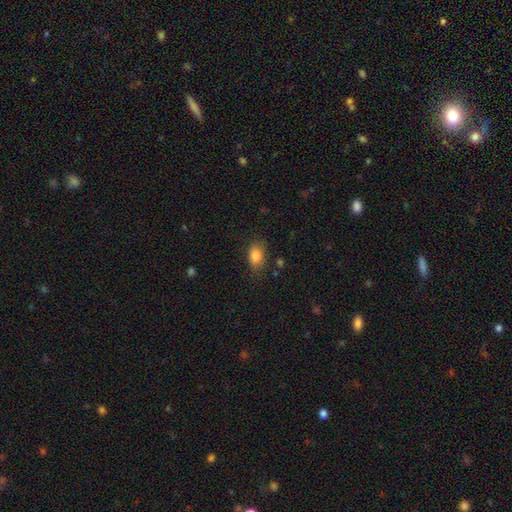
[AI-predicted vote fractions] Smooth or featured: smooth — 85% (star or artifact — 9%)
How rounded: in between — 85% (round — 14%)
Merging: none — 76% (minor disturbance — 18%)